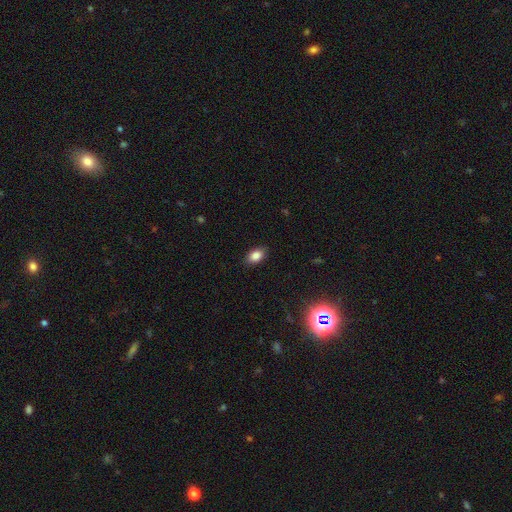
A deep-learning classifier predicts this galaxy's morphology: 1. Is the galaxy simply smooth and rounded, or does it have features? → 85% smooth, 9% star or artifact, 6% featured or disk.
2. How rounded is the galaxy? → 87% in between, 11% round, 2% cigar-shaped.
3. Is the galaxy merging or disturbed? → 87% none, 10% minor disturbance, 2% major disturbance, 1% merger.